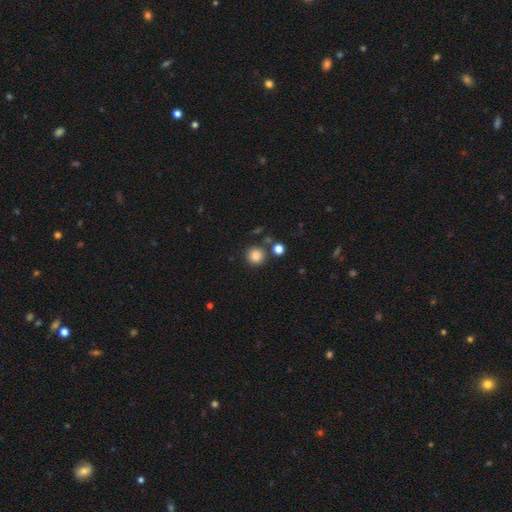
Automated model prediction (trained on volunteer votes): This appears to be a smooth galaxy with no disk features (84%) that is round (93%). Merging: none (83%).